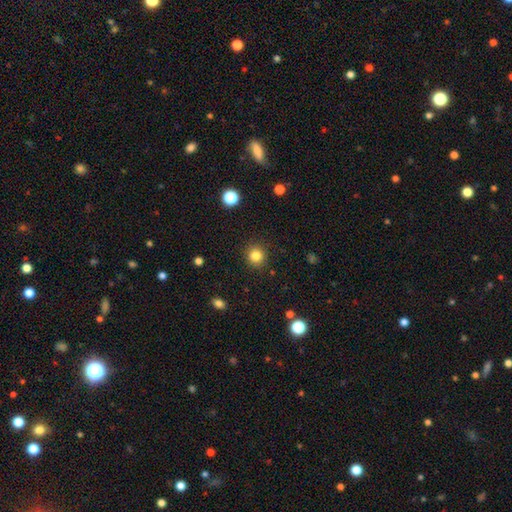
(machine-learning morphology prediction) The model was most divided on "smooth or featured": smooth: 83%, star or artifact: 12%, featured or disk: 5%. More confident: merging — none (90%); how rounded — round (90%).